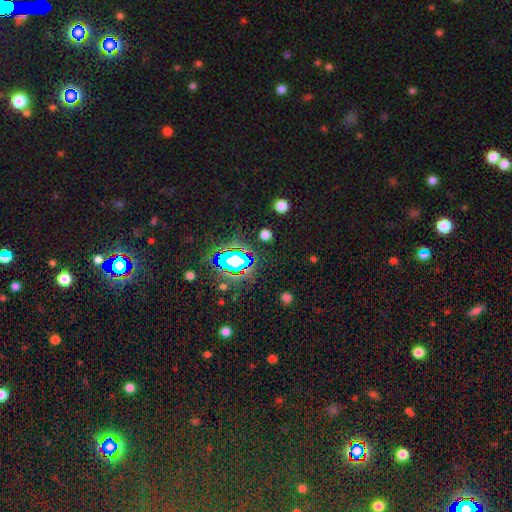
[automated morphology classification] Smooth or featured?
  - star or artifact: 79% *
  - smooth: 14%
  - featured or disk: 8%